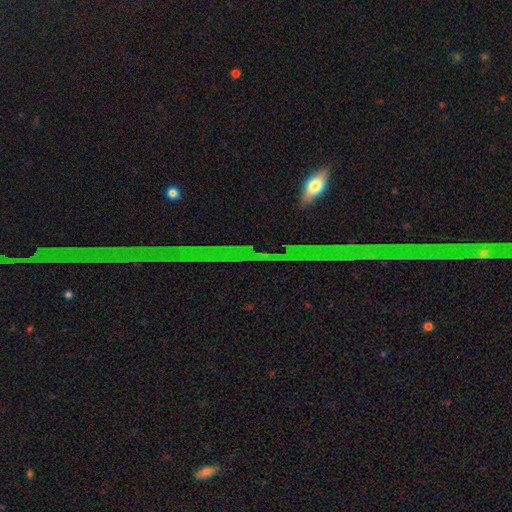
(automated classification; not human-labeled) The model was most divided on "smooth or featured": star or artifact: 79%, featured or disk: 13%, smooth: 8%.